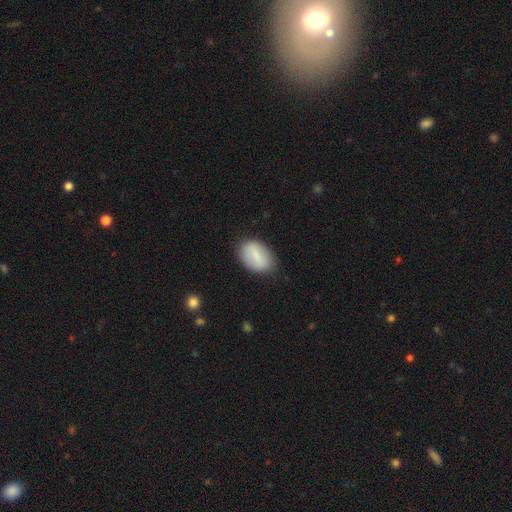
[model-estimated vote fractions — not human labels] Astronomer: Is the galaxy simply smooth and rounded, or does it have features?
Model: smooth — 72%.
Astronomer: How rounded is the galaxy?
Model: in between — 86%.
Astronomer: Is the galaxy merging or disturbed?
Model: none — 78%.